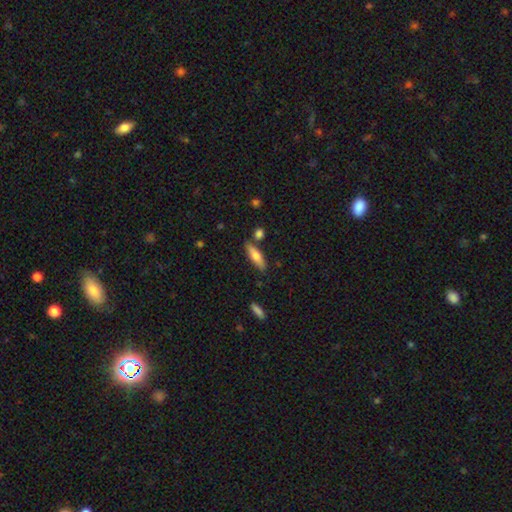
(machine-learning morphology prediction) A smooth galaxy with no disk features (64%) that is cigar-shaped (59%). Merging: none (78%).